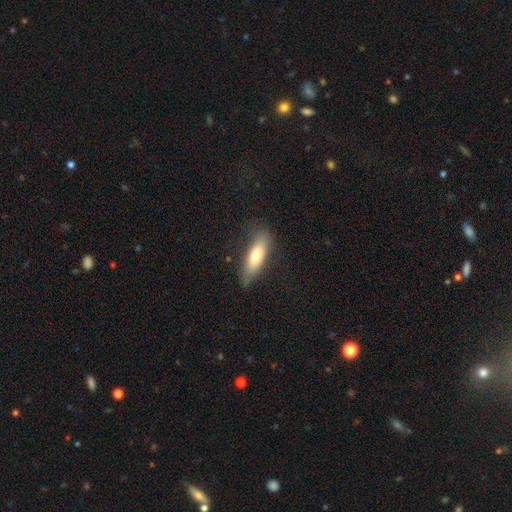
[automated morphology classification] A smooth galaxy with no disk features (74%) that is cigar-shaped (51%). Merging: none (75%).